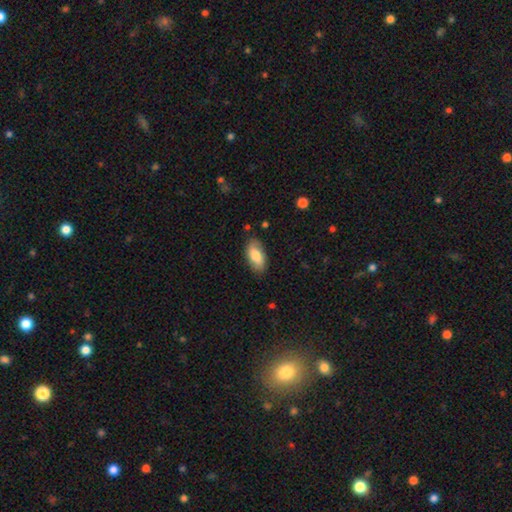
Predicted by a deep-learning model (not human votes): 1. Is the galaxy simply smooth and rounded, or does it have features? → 76% smooth, 18% featured or disk, 6% star or artifact.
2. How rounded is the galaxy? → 91% in between, 7% cigar-shaped, 3% round.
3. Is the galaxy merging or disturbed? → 83% none, 13% minor disturbance, 3% major disturbance, 1% merger.